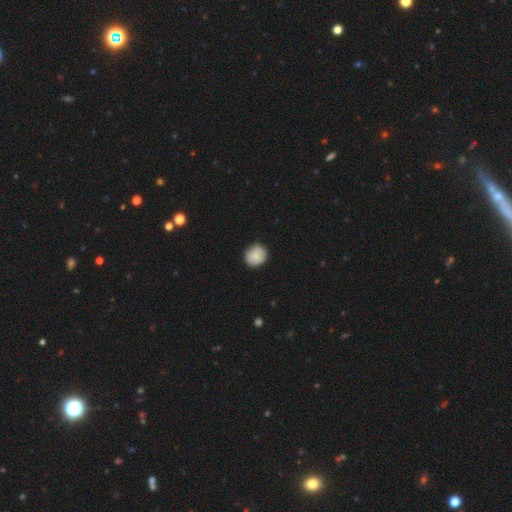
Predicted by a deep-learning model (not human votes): This appears to be a smooth galaxy with no disk features (85%) that is round (86%). Merging: none (87%).